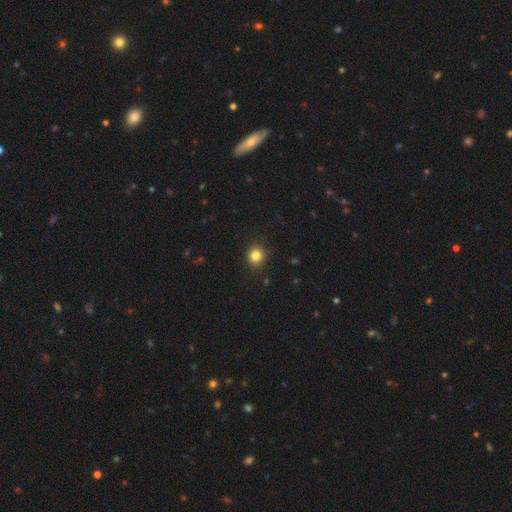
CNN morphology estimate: Q: Smooth or featured?
A: smooth (83%); runner-up: star or artifact (12%)
Q: How rounded?
A: round (86%); runner-up: in between (13%)
Q: Merging?
A: none (88%); runner-up: minor disturbance (9%)